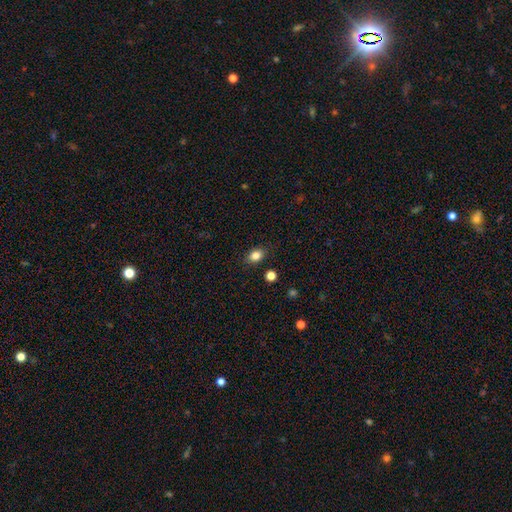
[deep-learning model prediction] Q: Smooth or featured?
A: smooth (84%); runner-up: star or artifact (11%)
Q: How rounded?
A: in between (67%); runner-up: round (32%)
Q: Merging?
A: none (85%); runner-up: minor disturbance (10%)